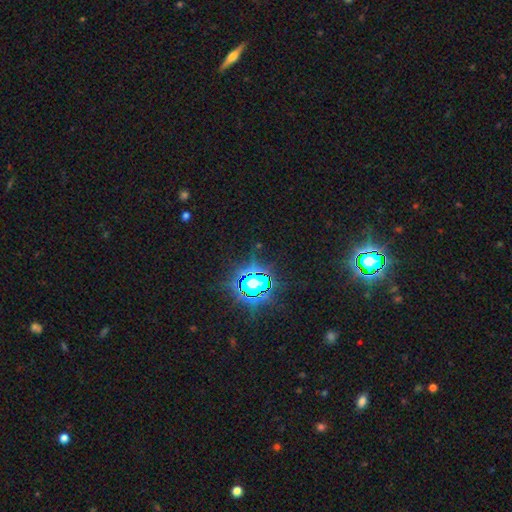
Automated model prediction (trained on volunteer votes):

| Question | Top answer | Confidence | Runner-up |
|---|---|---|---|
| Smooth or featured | star or artifact | 82% | smooth (12%) |